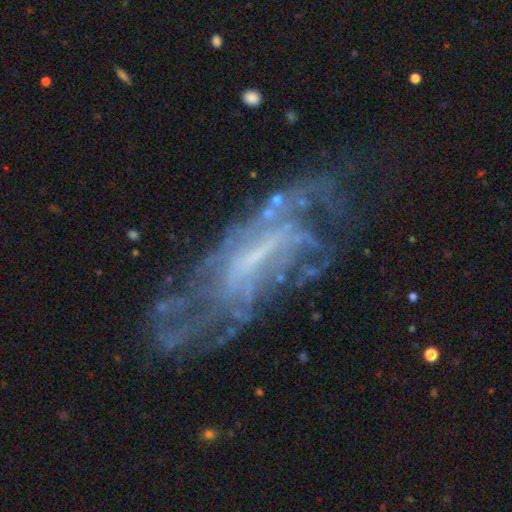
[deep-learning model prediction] Smooth or featured? Predicted: featured or disk (p=0.81). Edge-on disk? Predicted: no (p=0.87). Bar? Predicted: weak (p=0.43). Spiral arms? Predicted: yes (p=0.83). Spiral winding? Predicted: tight (p=0.48). Spiral arm count? Predicted: can't tell (p=0.58). Bulge size? Predicted: small (p=0.39). Merging? Predicted: none (p=0.59).